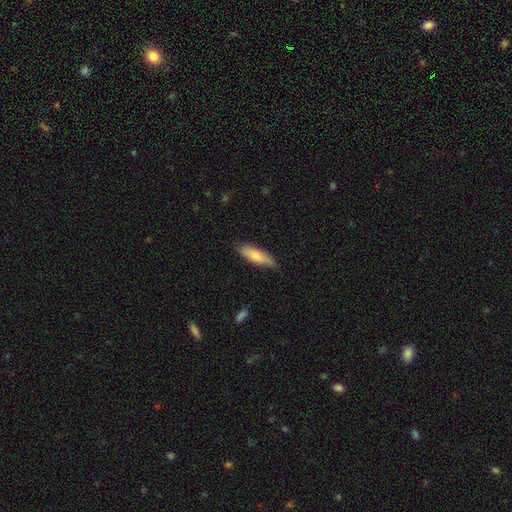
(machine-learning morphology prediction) This appears to be a smooth galaxy with no disk features (76%) that is cigar-shaped (53%). Merging: none (78%).